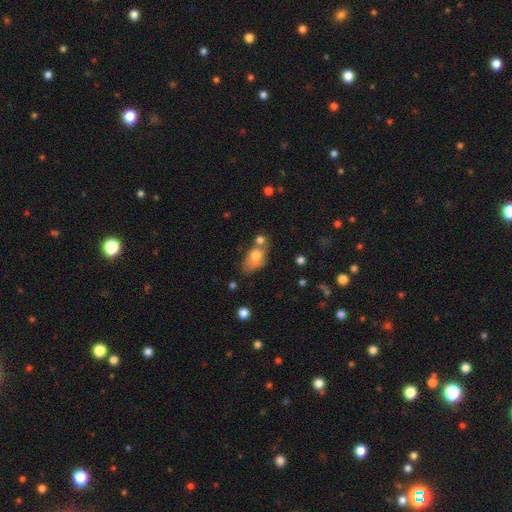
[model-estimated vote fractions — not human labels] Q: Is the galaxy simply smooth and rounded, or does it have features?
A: smooth — 70%.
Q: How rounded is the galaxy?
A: in between — 82%.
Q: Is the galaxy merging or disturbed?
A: none — 33%.